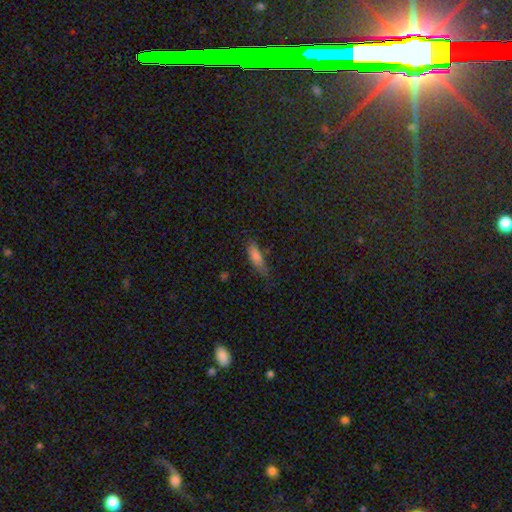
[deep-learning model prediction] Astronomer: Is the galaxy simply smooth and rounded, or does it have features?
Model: smooth — 76%.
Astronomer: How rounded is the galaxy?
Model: cigar-shaped — 50% (runner-up: in between, 47%).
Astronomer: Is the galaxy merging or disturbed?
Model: none — 58%.